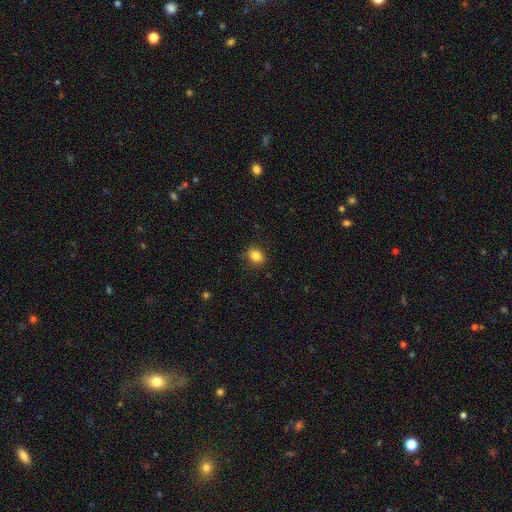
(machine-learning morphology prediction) Smooth or featured: smooth — 83% (star or artifact — 10%)
How rounded: in between — 61% (round — 38%)
Merging: none — 82% (minor disturbance — 14%)